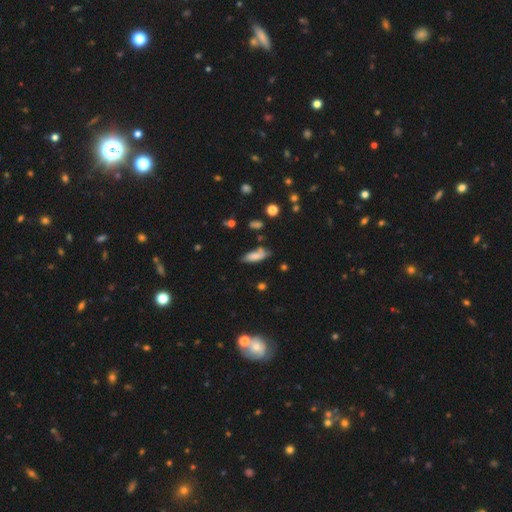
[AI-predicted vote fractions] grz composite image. It shows a smooth galaxy with no disk features (75%) that is in between round and cigar-shaped (67%). Merging: none (64%).